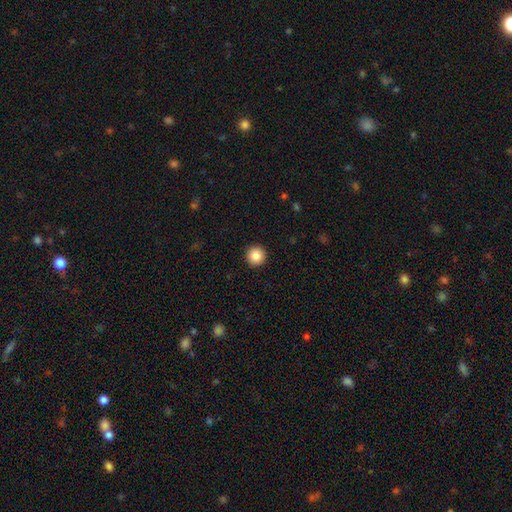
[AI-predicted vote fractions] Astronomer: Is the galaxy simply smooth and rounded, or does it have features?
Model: smooth — 86%.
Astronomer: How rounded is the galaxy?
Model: round — 96%.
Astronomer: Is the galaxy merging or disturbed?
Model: none — 94%.